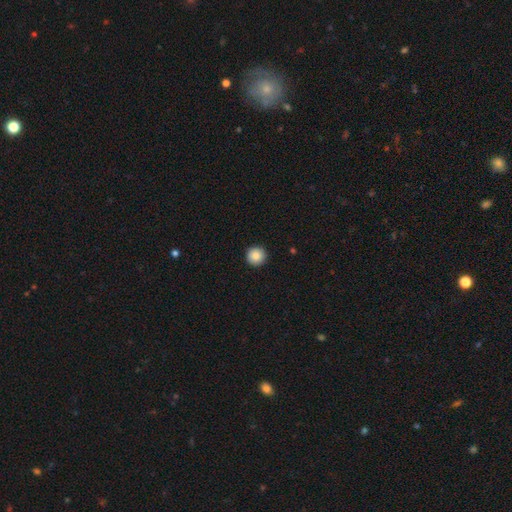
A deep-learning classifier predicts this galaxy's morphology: Smooth or featured?
  - smooth: 85% *
  - star or artifact: 9%
  - featured or disk: 6%
How rounded?
  - round: 96% *
  - in between: 3%
  - cigar-shaped: 1%
Merging?
  - none: 93% *
  - minor disturbance: 4%
  - major disturbance: 1%
  - merger: 1%